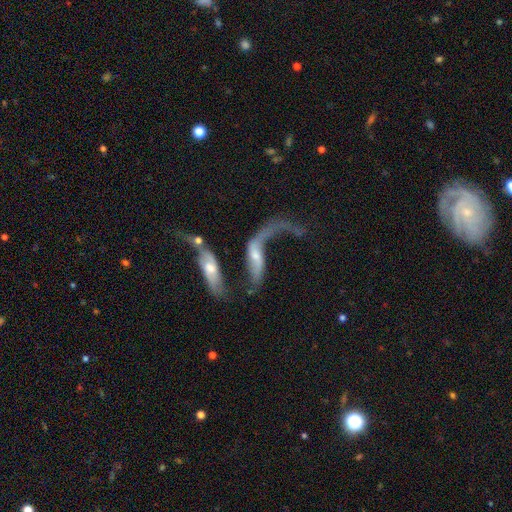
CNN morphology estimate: type=featured or disk (71%); edge-on=no (84%); bar=no (52%); spiral arms=yes (74%); bulge=small (43%); merging=merger (51%).